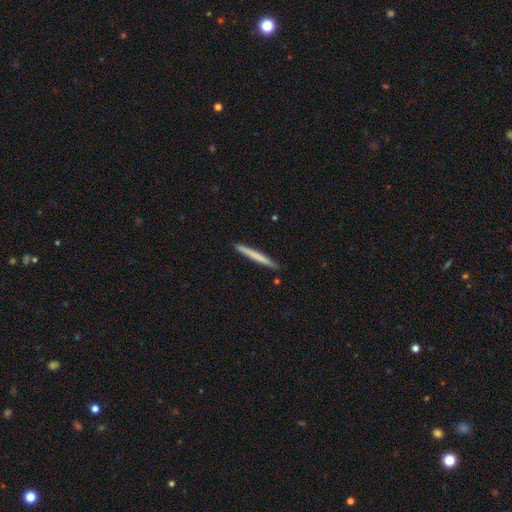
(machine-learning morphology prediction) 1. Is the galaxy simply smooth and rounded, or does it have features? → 67% smooth, 28% featured or disk, 5% star or artifact.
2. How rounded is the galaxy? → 97% cigar-shaped, 2% in between, 1% round.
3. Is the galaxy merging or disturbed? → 90% none, 7% minor disturbance, 1% merger, 1% major disturbance.